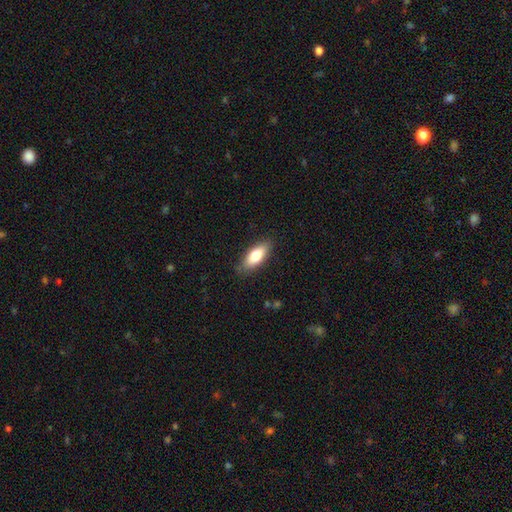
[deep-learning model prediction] smooth-or-featured: smooth: 76% | featured or disk: 18% | star or artifact: 7%
  how-rounded: in between: 74% | cigar-shaped: 23% | round: 3%
  merging: none: 84% | minor disturbance: 12% | major disturbance: 3% | merger: 1%